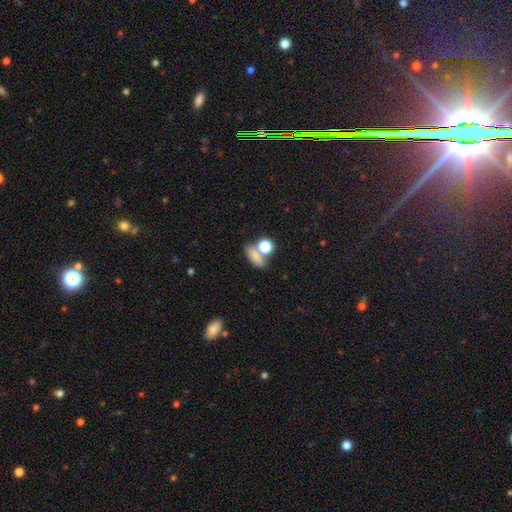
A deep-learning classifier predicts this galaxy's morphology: The model was most divided on "merging": none: 48%, merger: 33%, minor disturbance: 12%, major disturbance: 7%. More confident: smooth or featured — smooth (75%); how rounded — in between (58%).